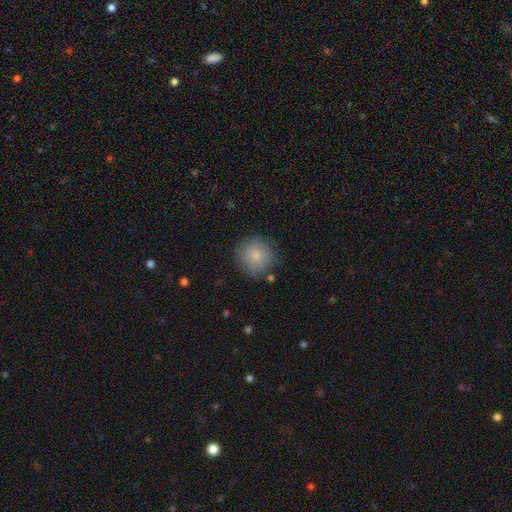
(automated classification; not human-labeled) smooth 82%, featured or disk 10%, star or artifact 8%. Down the decision tree: how rounded — round (93%); merging — none (80%).